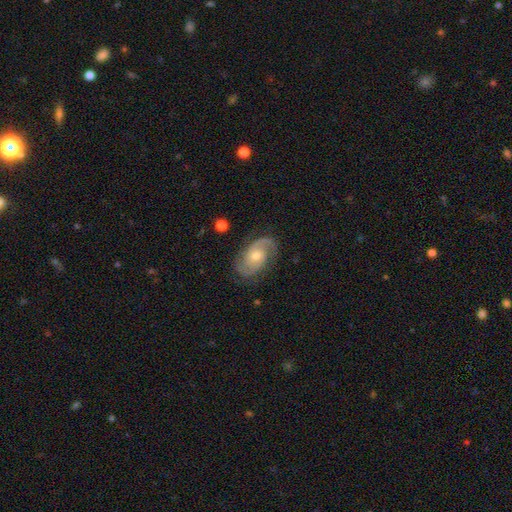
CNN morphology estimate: Smooth or featured? Predicted: featured or disk (p=0.89). Edge-on disk? Predicted: no (p=0.97). Bar? Predicted: no (p=0.61). Spiral arms? Predicted: yes (p=0.98). Spiral winding? Predicted: medium (p=0.47). Spiral arm count? Predicted: 2 (p=0.90). Bulge size? Predicted: moderate (p=0.60). Merging? Predicted: none (p=0.82).